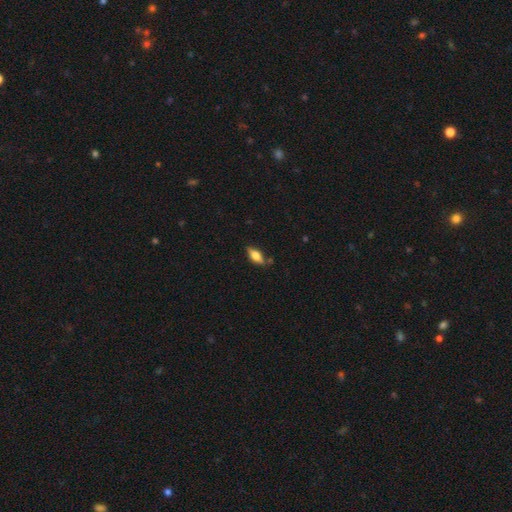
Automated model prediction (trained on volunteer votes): Smooth or featured?
  - smooth: 60% *
  - featured or disk: 33%
  - star or artifact: 7%
How rounded?
  - in between: 76% *
  - cigar-shaped: 20%
  - round: 3%
Merging?
  - none: 77% *
  - minor disturbance: 16%
  - merger: 4%
  - major disturbance: 3%